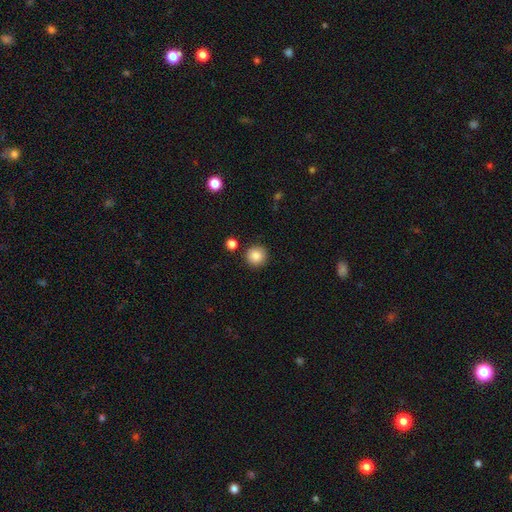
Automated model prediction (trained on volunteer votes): This is clearly a smooth galaxy (87%). How rounded: clearly round (95%). Merging: clearly none (89%).